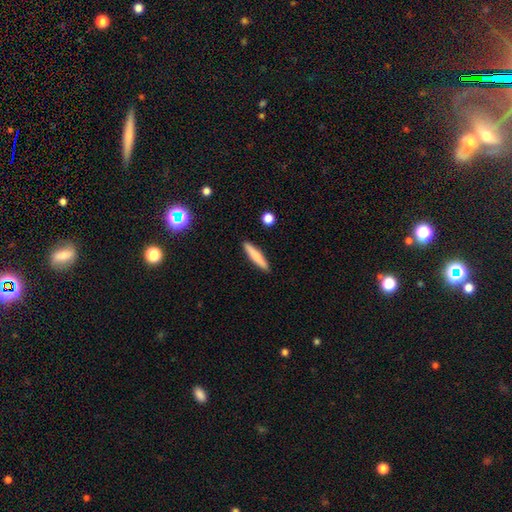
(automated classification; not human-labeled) Smooth or featured?
  - smooth: 74% *
  - featured or disk: 20%
  - star or artifact: 6%
How rounded?
  - cigar-shaped: 88% *
  - in between: 10%
  - round: 2%
Merging?
  - none: 90% *
  - minor disturbance: 7%
  - merger: 2%
  - major disturbance: 2%